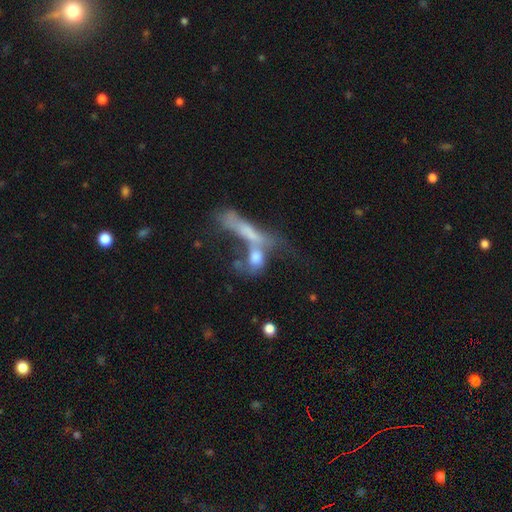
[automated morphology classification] A featured or disk galaxy (45%).

Vote fractions:
- Smooth or featured? featured or disk: 45% / smooth: 41% / star or artifact: 13%
- Merging? merger: 59% / major disturbance: 19% / none: 15% / minor disturbance: 8%